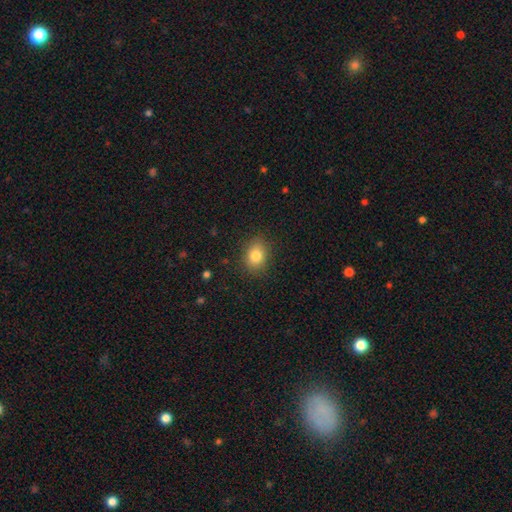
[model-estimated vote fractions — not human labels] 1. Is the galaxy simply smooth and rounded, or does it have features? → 81% smooth, 10% star or artifact, 8% featured or disk.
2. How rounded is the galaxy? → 58% in between, 41% round, 1% cigar-shaped.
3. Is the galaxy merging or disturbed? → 85% none, 11% minor disturbance, 3% major disturbance, 1% merger.